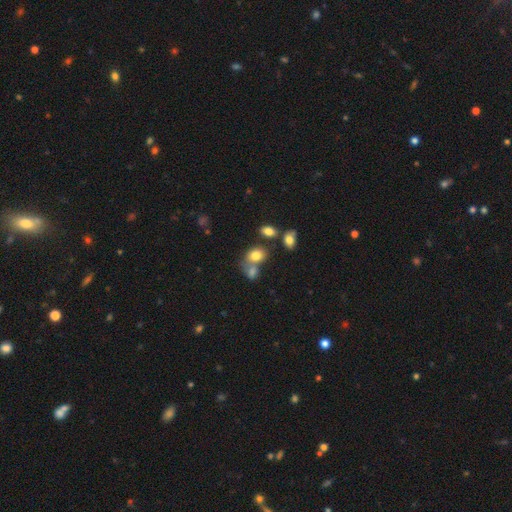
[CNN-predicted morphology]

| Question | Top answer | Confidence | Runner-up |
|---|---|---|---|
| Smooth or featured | smooth | 78% | star or artifact (11%) |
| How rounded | in between | 58% | round (41%) |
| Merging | none | 44% | merger (38%) |